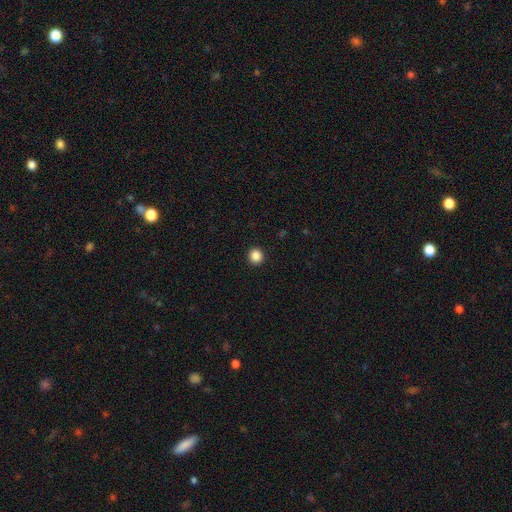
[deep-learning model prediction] Smooth or featured? Predicted: smooth (p=0.87). How rounded? Predicted: round (p=0.93). Merging? Predicted: none (p=0.94).